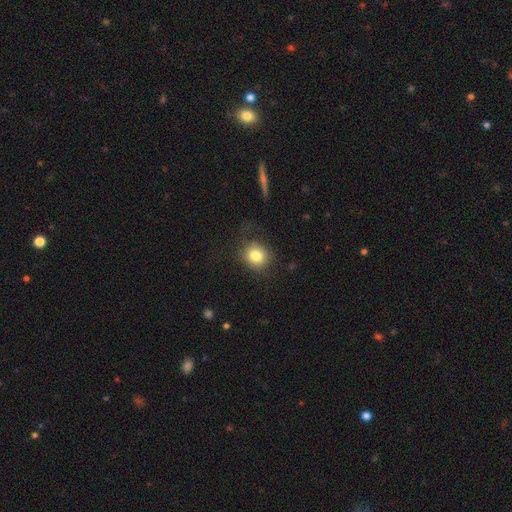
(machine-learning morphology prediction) Smooth or featured? Predicted: smooth (p=0.81). How rounded? Predicted: round (p=0.82). Merging? Predicted: none (p=0.75).